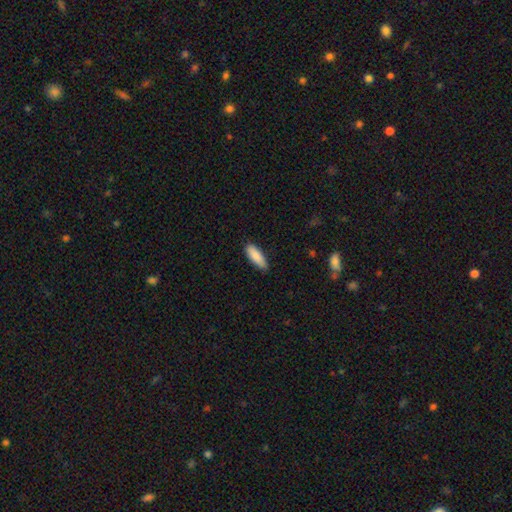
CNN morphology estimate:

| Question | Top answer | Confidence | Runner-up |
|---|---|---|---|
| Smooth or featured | smooth | 88% | star or artifact (6%) |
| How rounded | in between | 62% | cigar-shaped (36%) |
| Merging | none | 84% | minor disturbance (13%) |